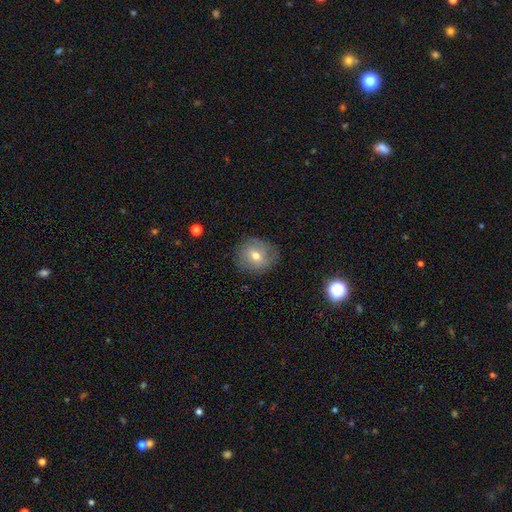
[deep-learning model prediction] This appears to be a smooth galaxy with no disk features (59%) that is round (81%). Merging: none (77%).